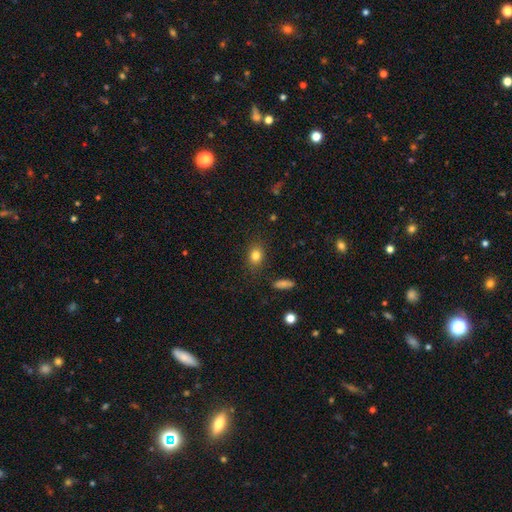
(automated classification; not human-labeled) smooth-or-featured: smooth: 82% | star or artifact: 11% | featured or disk: 7%
  how-rounded: in between: 58% | round: 41% | cigar-shaped: 2%
  merging: none: 86% | minor disturbance: 10% | major disturbance: 3% | merger: 1%